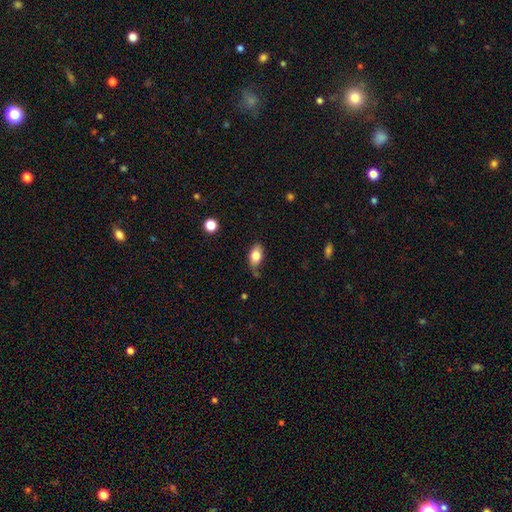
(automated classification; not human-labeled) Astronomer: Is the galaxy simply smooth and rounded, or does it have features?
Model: smooth — 81%.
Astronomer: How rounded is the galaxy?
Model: in between — 90%.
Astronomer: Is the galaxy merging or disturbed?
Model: none — 63%.